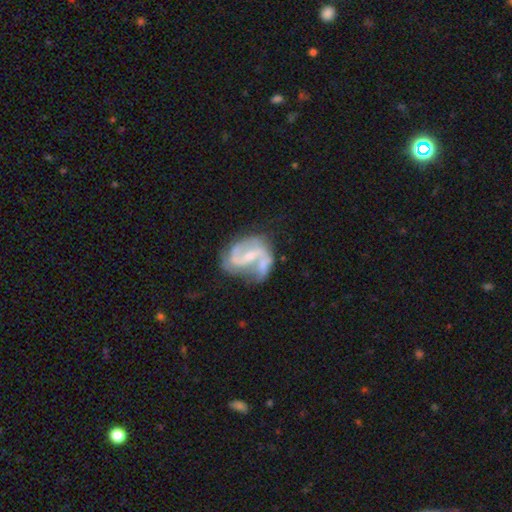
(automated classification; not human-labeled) A featured or disk galaxy (87%) with a weak bar (42%), 2 (86%) medium (49%) spiral arms (94%) and a small central bulge (61%). Merging: none (49%).